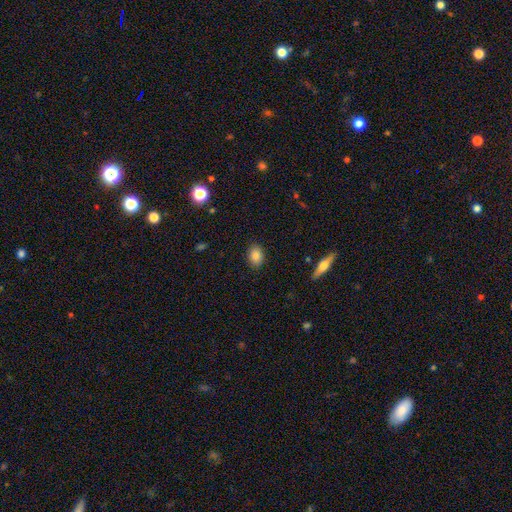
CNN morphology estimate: Q: Smooth or featured?
A: smooth (85%); runner-up: star or artifact (8%)
Q: How rounded?
A: in between (75%); runner-up: round (23%)
Q: Merging?
A: none (88%); runner-up: minor disturbance (8%)